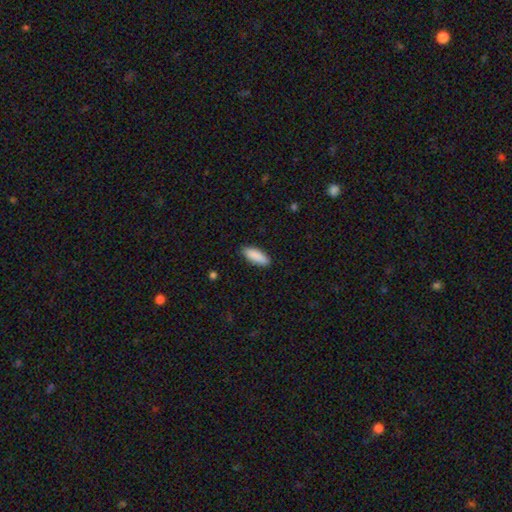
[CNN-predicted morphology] type=smooth (90%); roundness=in between (65%); merging=none (89%).